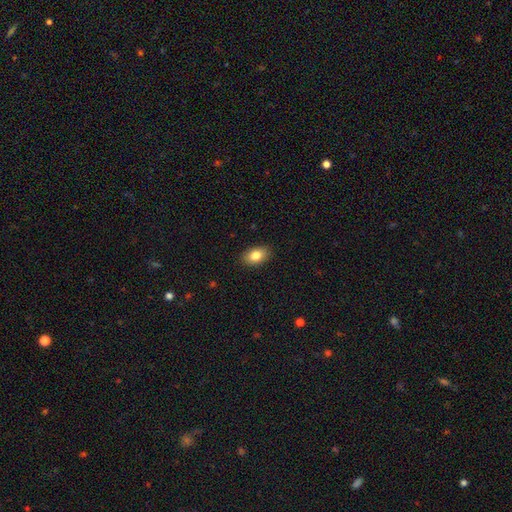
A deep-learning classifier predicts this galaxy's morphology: This is clearly a smooth galaxy (83%). How rounded: clearly in between (89%). Merging: clearly none (89%).